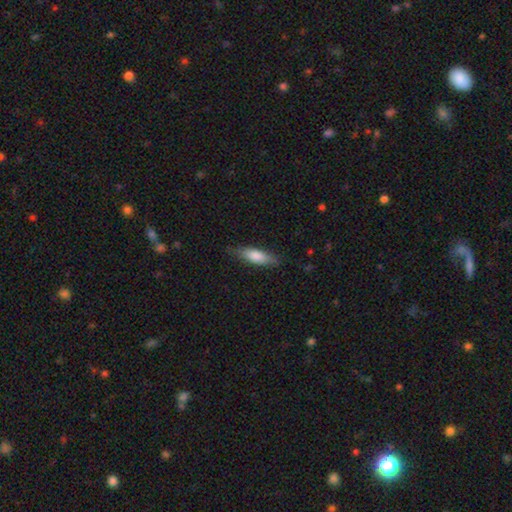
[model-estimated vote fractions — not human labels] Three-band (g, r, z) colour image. It shows a smooth galaxy with no disk features (75%) that is cigar-shaped (51%). Merging: none (79%).